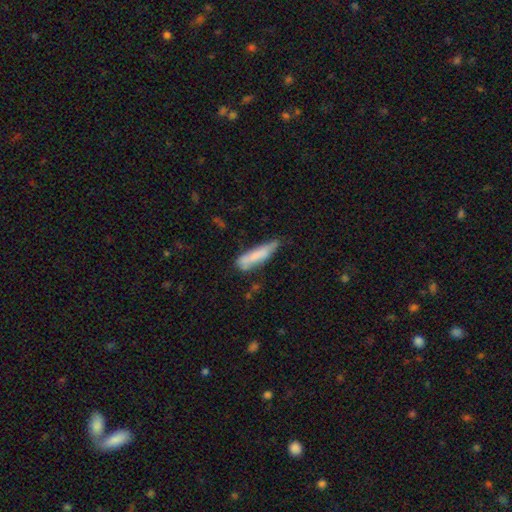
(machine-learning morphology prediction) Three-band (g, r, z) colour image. It shows a smooth galaxy with no disk features (73%) that is cigar-shaped (78%). Merging: none (50%).